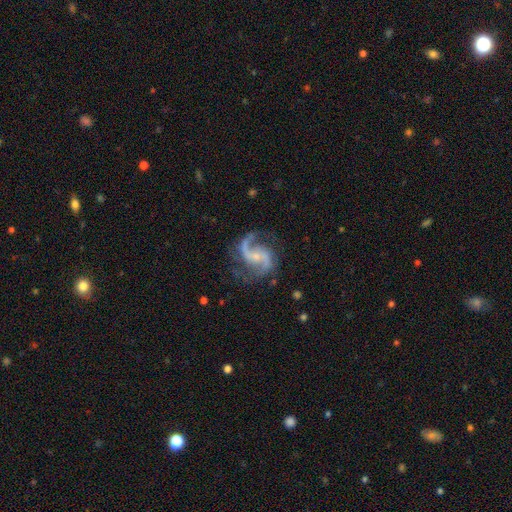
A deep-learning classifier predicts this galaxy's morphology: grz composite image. It shows a featured or disk galaxy (92%) with no bar (49%), 2 (91%) medium (51%) spiral arms (98%) and a small central bulge (68%). Merging: none (73%).